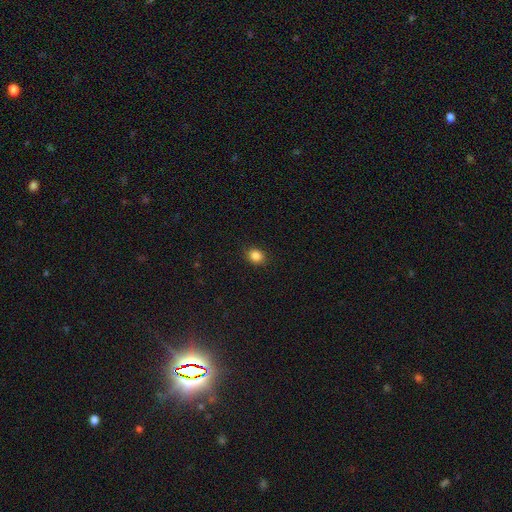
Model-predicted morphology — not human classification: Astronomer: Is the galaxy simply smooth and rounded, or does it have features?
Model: smooth — 86%.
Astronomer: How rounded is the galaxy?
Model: round — 56% (runner-up: in between, 43%).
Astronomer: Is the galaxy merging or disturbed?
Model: none — 89%.